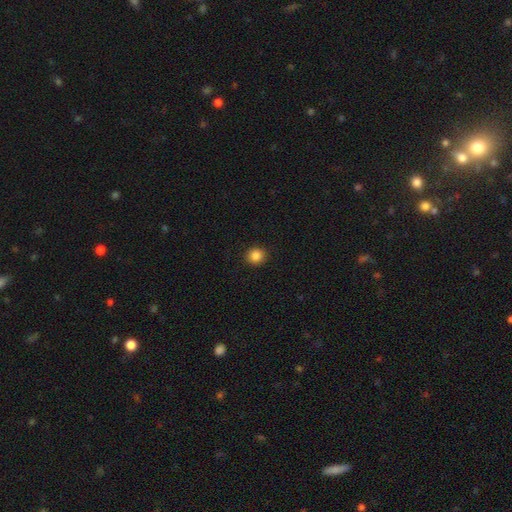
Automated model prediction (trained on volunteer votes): Smooth or featured: smooth — 86% (star or artifact — 11%)
How rounded: round — 88% (in between — 11%)
Merging: none — 92% (minor disturbance — 5%)